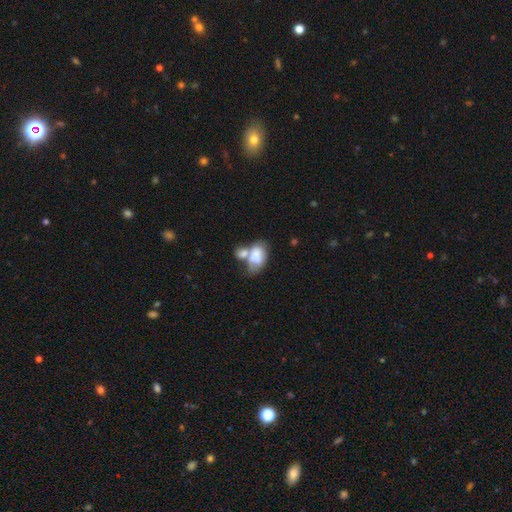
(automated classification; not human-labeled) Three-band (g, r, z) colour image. It shows a smooth galaxy with no disk features (68%) that is in between round and cigar-shaped (88%). Merging: merger (58%).